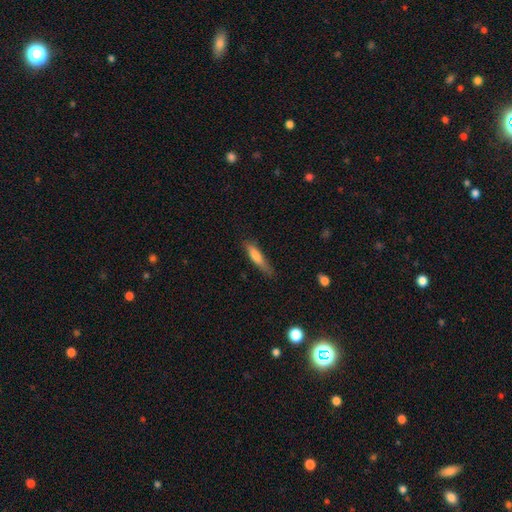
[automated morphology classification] A smooth galaxy with no disk features (71%) that is cigar-shaped (82%). Merging: none (69%).